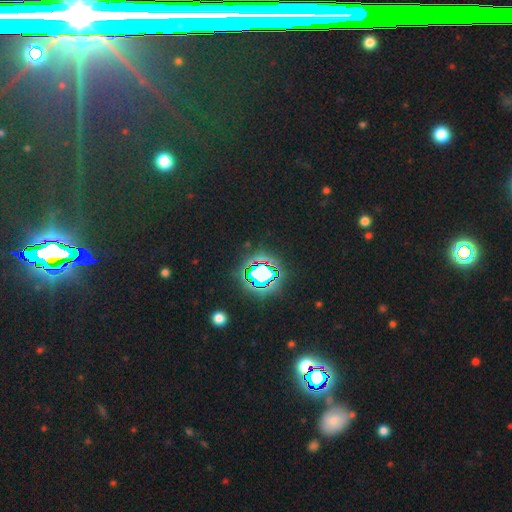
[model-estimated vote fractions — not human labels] Smooth or featured? Predicted: star or artifact (p=0.81).